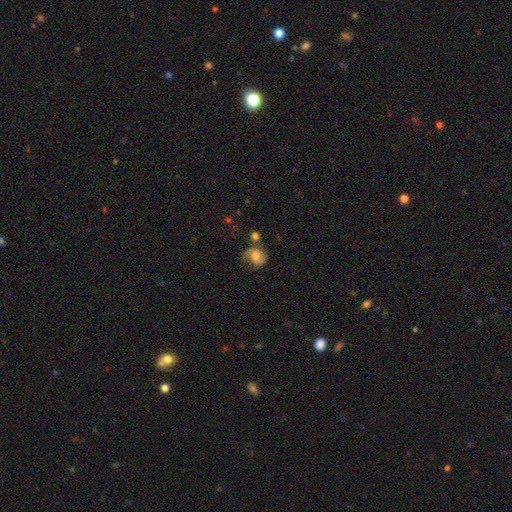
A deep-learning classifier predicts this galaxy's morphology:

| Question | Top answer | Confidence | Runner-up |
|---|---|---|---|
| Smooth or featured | smooth | 46% | featured or disk (45%) |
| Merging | none | 49% | minor disturbance (26%) |